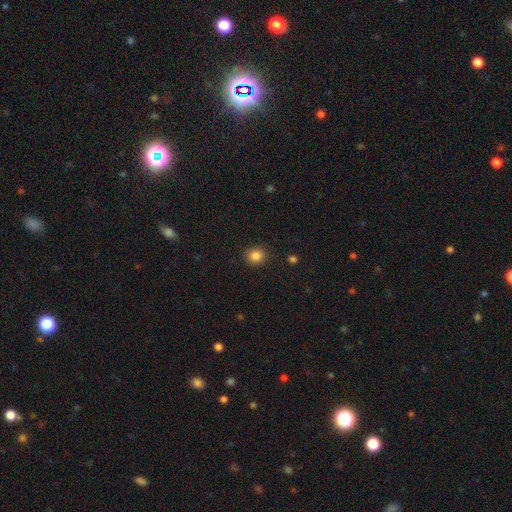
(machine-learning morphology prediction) Smooth or featured: smooth — 85% (star or artifact — 11%)
How rounded: round — 83% (in between — 16%)
Merging: none — 90% (minor disturbance — 6%)